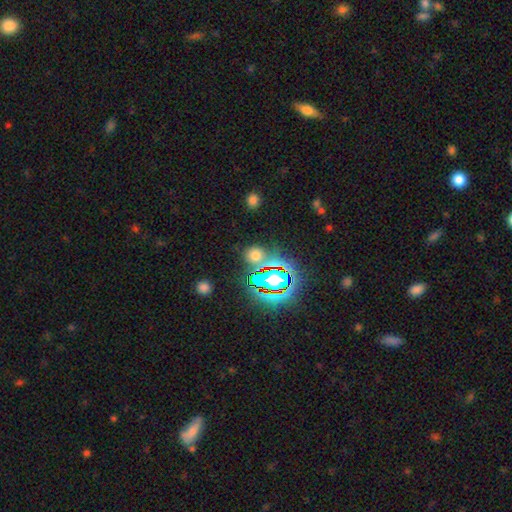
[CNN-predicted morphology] smooth-or-featured: smooth: 55% | star or artifact: 37% | featured or disk: 8%
  how-rounded: round: 77% | in between: 21% | cigar-shaped: 2%
  merging: none: 75% | minor disturbance: 11% | merger: 8% | major disturbance: 5%